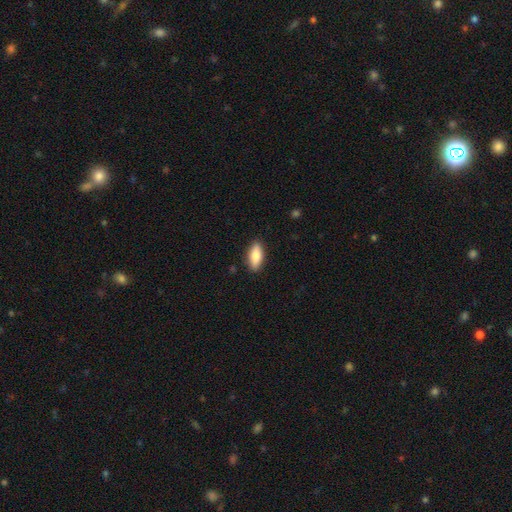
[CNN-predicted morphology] Smooth or featured?
  - smooth: 83% *
  - featured or disk: 12%
  - star or artifact: 6%
How rounded?
  - in between: 78% *
  - cigar-shaped: 20%
  - round: 2%
Merging?
  - none: 88% *
  - minor disturbance: 9%
  - major disturbance: 2%
  - merger: 1%